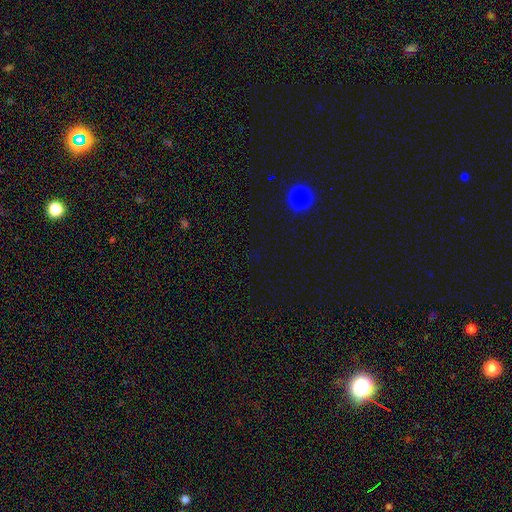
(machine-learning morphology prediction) smooth-or-featured: star or artifact: 63% | smooth: 30% | featured or disk: 7%